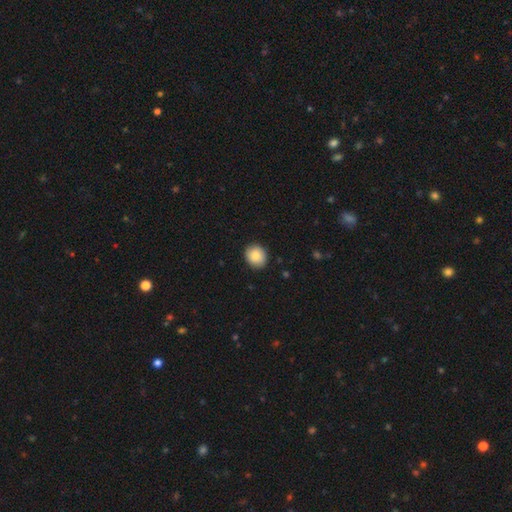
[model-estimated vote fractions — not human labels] Smooth or featured?
  - smooth: 86% *
  - star or artifact: 8%
  - featured or disk: 6%
How rounded?
  - round: 76% *
  - in between: 24%
  - cigar-shaped: 1%
Merging?
  - none: 89% *
  - minor disturbance: 8%
  - major disturbance: 2%
  - merger: 1%